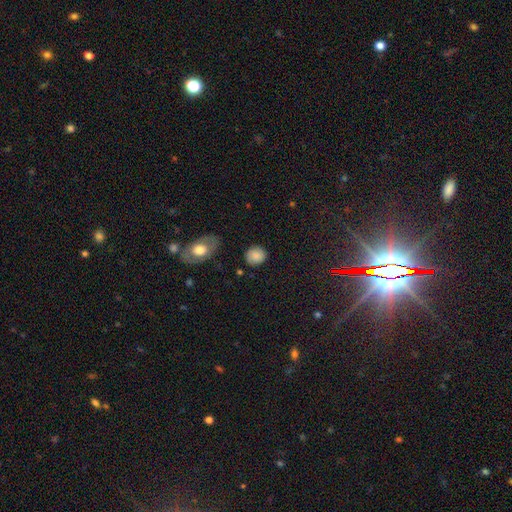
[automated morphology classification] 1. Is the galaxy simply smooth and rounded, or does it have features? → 84% smooth, 8% star or artifact, 8% featured or disk.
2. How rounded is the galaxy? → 76% round, 23% in between, 1% cigar-shaped.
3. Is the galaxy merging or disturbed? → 83% none, 12% minor disturbance, 3% major disturbance, 2% merger.